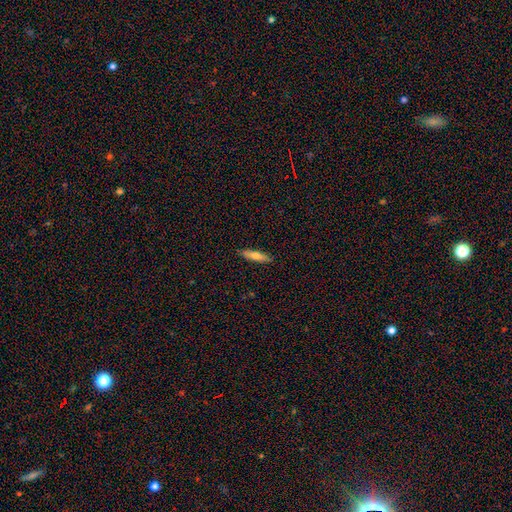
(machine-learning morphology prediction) Smooth or featured? Predicted: smooth (p=0.66). How rounded? Predicted: cigar-shaped (p=0.74). Merging? Predicted: none (p=0.89).